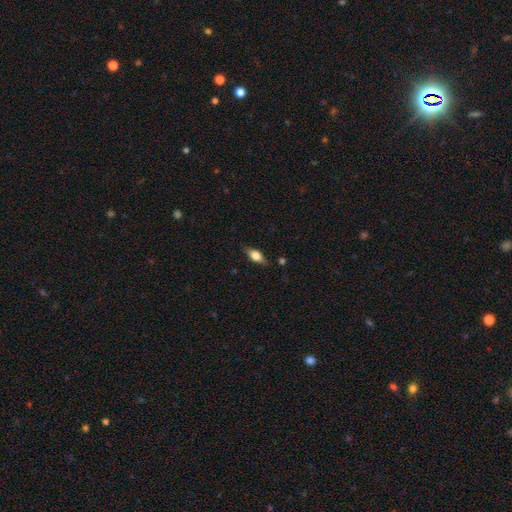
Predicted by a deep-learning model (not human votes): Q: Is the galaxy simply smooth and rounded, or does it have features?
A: smooth — 62%.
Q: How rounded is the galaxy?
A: in between — 77%.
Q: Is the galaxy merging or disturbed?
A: none — 77%.